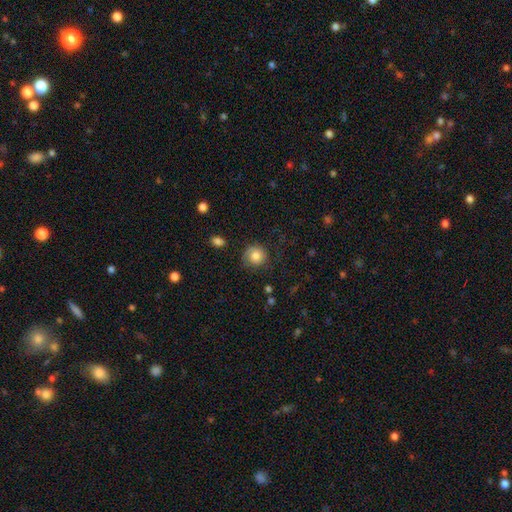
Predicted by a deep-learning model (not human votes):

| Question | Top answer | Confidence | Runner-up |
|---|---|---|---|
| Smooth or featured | smooth | 82% | featured or disk (9%) |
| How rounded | round | 88% | in between (11%) |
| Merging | none | 74% | minor disturbance (18%) |